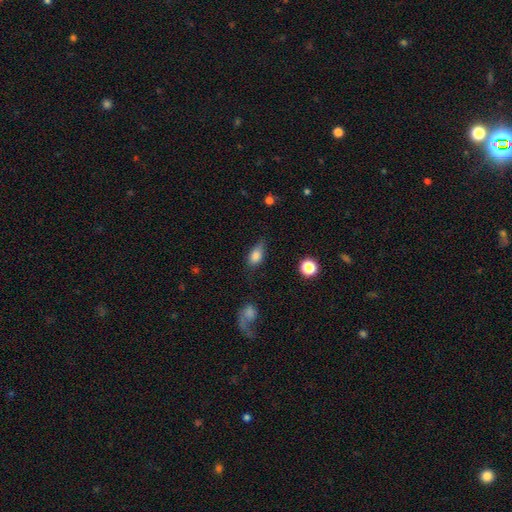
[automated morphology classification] Overall: smooth (79%). How rounded: in between (84%). Merging: none (55%; minor disturbance 32%).